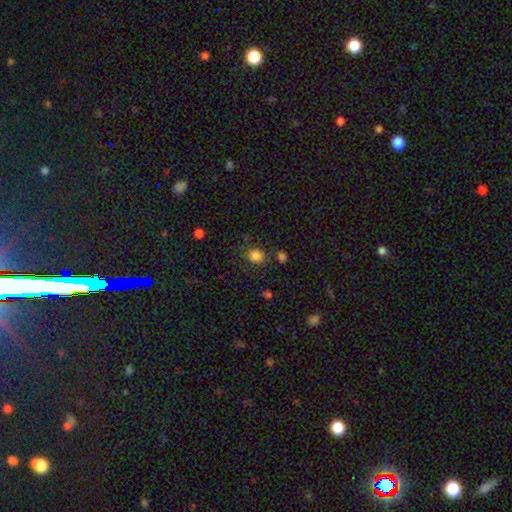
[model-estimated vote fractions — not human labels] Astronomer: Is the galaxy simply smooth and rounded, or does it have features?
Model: smooth — 83%.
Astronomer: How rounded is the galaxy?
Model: round — 65%.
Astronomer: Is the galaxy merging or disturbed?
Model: none — 78%.